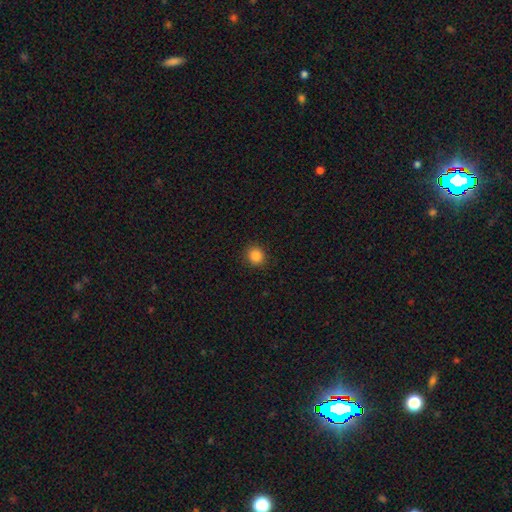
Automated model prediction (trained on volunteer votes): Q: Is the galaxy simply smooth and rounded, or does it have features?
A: smooth — 86%.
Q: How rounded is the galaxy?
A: round — 86%.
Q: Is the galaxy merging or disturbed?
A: none — 90%.